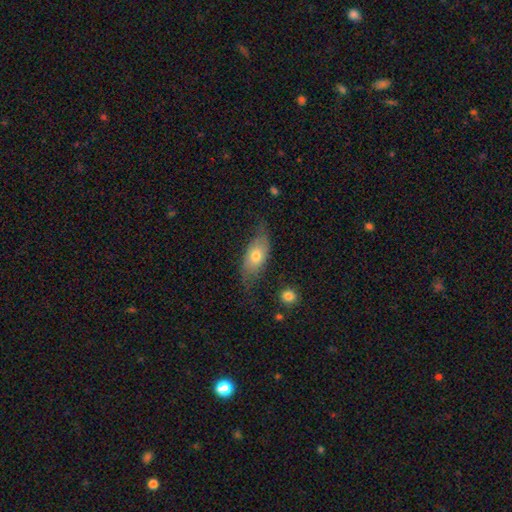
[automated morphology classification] Smooth or featured?
  - smooth: 56% *
  - featured or disk: 37%
  - star or artifact: 7%
How rounded?
  - in between: 84% *
  - cigar-shaped: 10%
  - round: 7%
Merging?
  - none: 54% *
  - minor disturbance: 28%
  - major disturbance: 15%
  - merger: 3%